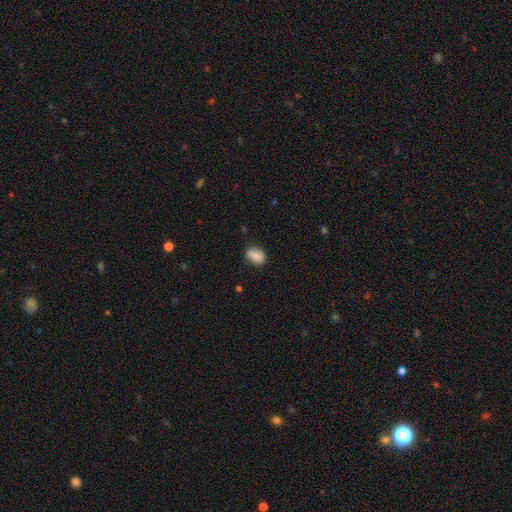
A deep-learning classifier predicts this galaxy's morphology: A smooth galaxy with no disk features (72%) that is in between round and cigar-shaped (66%).

Vote fractions:
- Smooth or featured? smooth: 72% / featured or disk: 20% / star or artifact: 8%
- How rounded? in between: 66% / round: 33% / cigar-shaped: 1%
- Merging? none: 73% / minor disturbance: 20% / major disturbance: 4% / merger: 3%